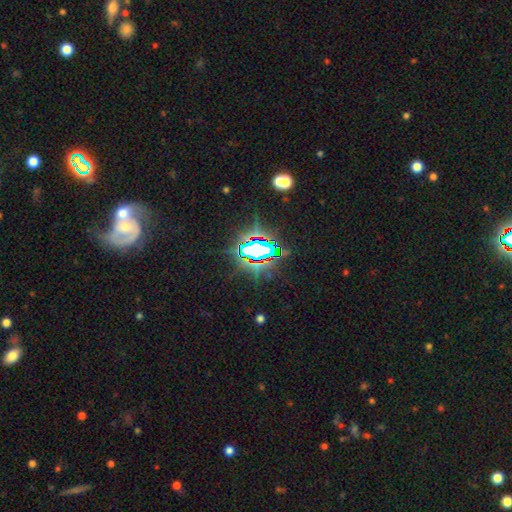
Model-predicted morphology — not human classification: A star or artifact, not a galaxy (74%).